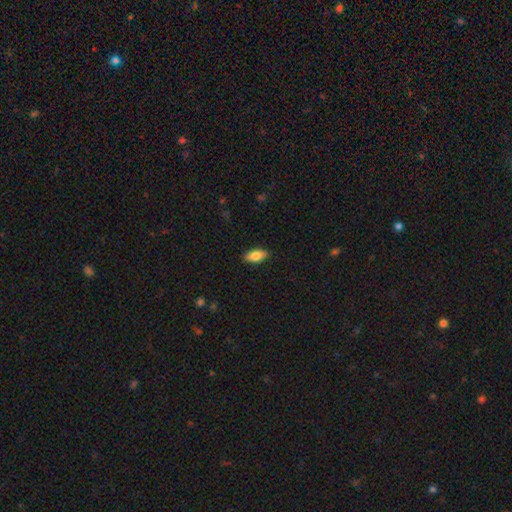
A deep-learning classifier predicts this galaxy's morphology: Smooth or featured? smooth (77%)
How rounded? in between (85%)
Merging? none (87%)